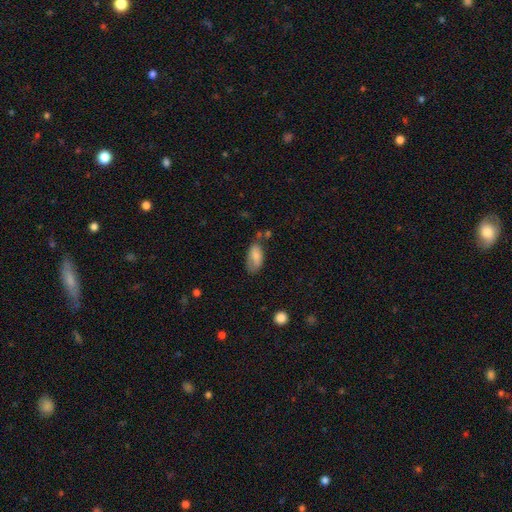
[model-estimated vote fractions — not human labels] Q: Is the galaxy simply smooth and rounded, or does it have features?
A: smooth — 79%.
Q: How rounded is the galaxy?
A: in between — 91%.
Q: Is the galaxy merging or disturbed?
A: none — 47%.